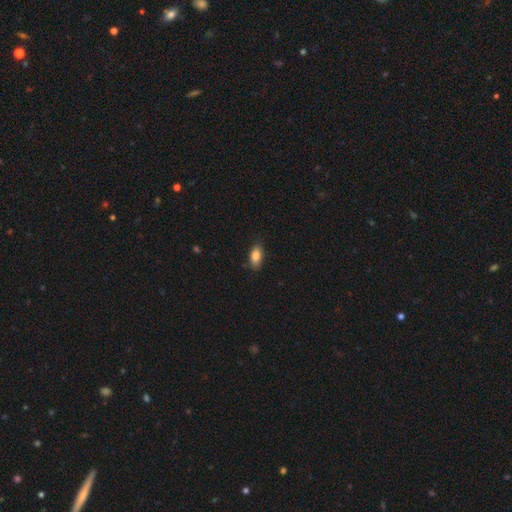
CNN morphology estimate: Smooth or featured: smooth — 85% (star or artifact — 8%)
How rounded: in between — 90% (cigar-shaped — 6%)
Merging: none — 82% (minor disturbance — 14%)